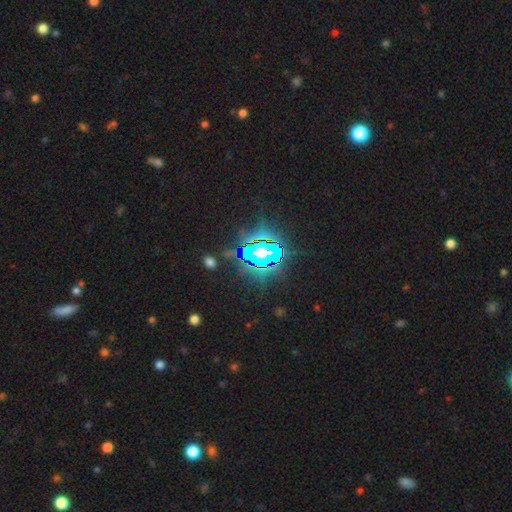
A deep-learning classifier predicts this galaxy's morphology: smooth_or_featured: star or artifact (p=0.78) [alt: smooth p=0.12]